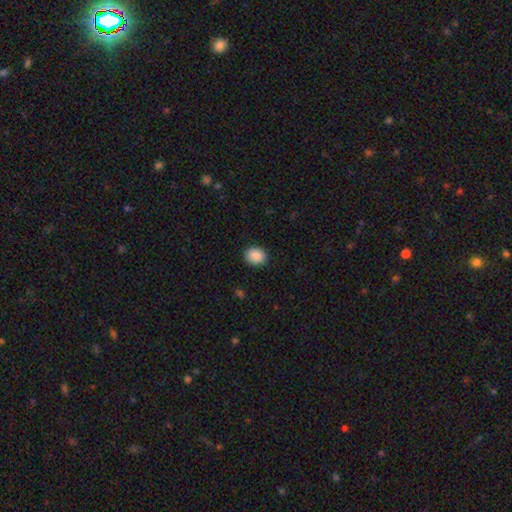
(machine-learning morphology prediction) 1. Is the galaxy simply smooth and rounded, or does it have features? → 89% smooth, 8% star or artifact, 3% featured or disk.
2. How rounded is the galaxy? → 62% round, 37% in between, 1% cigar-shaped.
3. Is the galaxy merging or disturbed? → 90% none, 7% minor disturbance, 2% major disturbance, 1% merger.